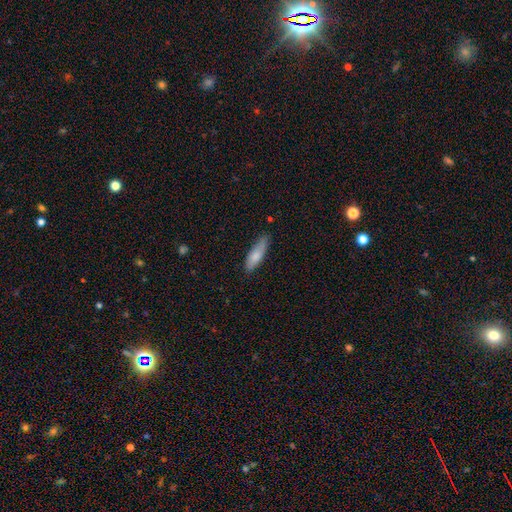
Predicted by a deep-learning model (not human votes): The model was most divided on "how rounded": cigar-shaped: 54%, in between: 44%, round: 2%. More confident: smooth or featured — smooth (78%); merging — none (74%).